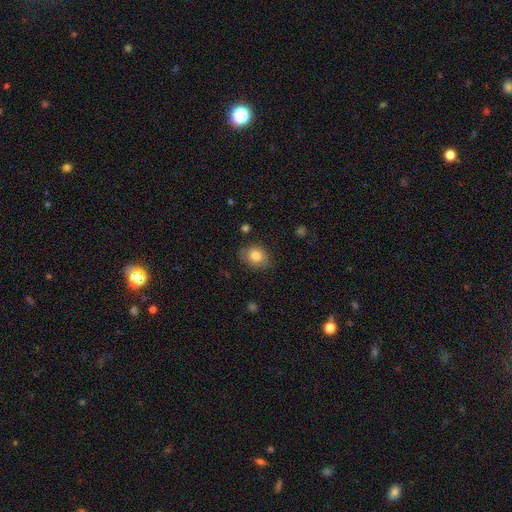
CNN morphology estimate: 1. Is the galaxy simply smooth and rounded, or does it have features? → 80% smooth, 12% featured or disk, 8% star or artifact.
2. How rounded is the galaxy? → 55% in between, 44% round, 1% cigar-shaped.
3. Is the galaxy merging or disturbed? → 79% none, 16% minor disturbance, 4% major disturbance, 1% merger.